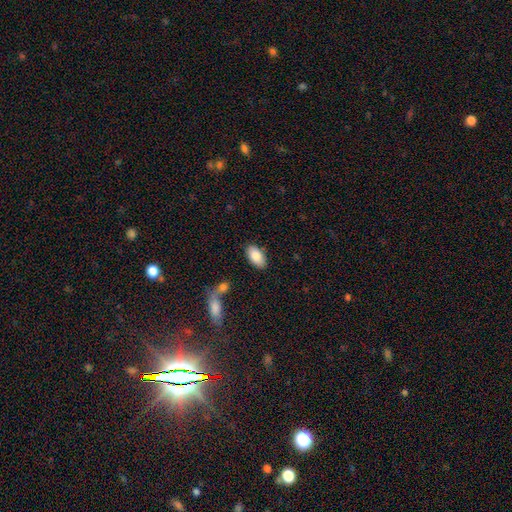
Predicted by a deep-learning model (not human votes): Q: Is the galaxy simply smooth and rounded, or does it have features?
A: smooth — 86%.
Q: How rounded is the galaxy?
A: in between — 94%.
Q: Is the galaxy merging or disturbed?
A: none — 83%.